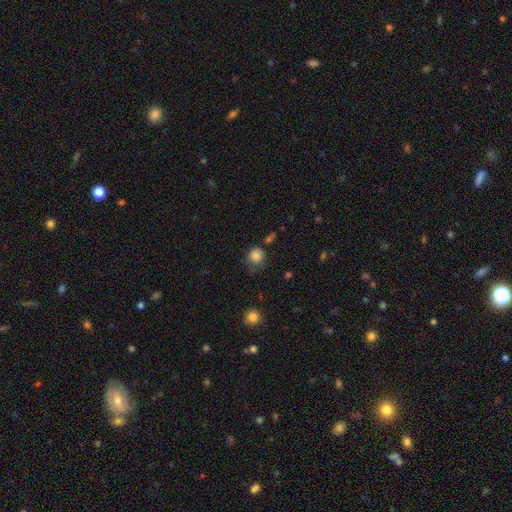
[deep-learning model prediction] Smooth or featured? Predicted: smooth (p=0.82). How rounded? Predicted: round (p=0.84). Merging? Predicted: none (p=0.60).